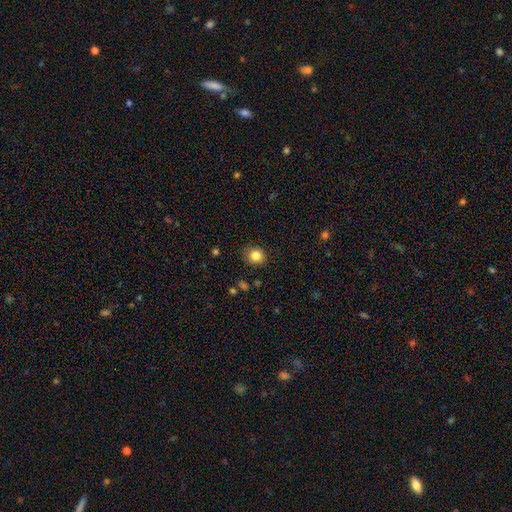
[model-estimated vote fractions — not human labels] smooth_or_featured: smooth (p=0.84) [alt: star or artifact p=0.11]
how_rounded: round (p=0.86) [alt: in between p=0.13]
merging: none (p=0.85) [alt: minor disturbance p=0.11]